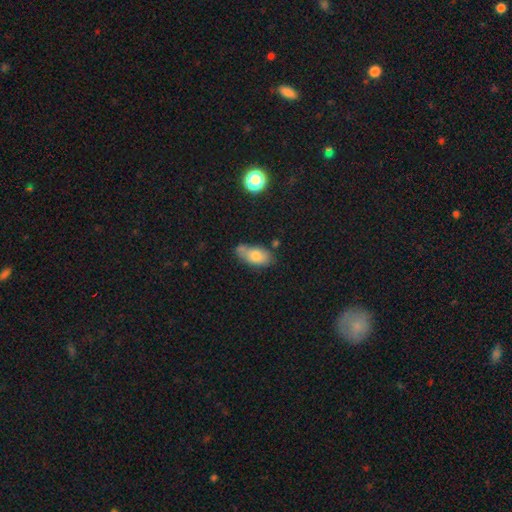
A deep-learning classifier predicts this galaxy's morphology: Smooth or featured: smooth — 75% (featured or disk — 17%)
How rounded: in between — 89% (round — 6%)
Merging: none — 50% (minor disturbance — 27%)